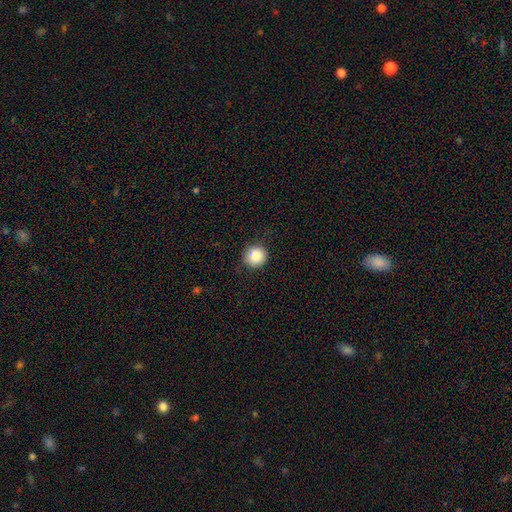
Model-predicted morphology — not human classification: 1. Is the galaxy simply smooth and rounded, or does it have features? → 85% smooth, 9% star or artifact, 6% featured or disk.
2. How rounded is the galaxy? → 92% round, 7% in between, 1% cigar-shaped.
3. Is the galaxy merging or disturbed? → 83% none, 13% minor disturbance, 3% major disturbance, 1% merger.